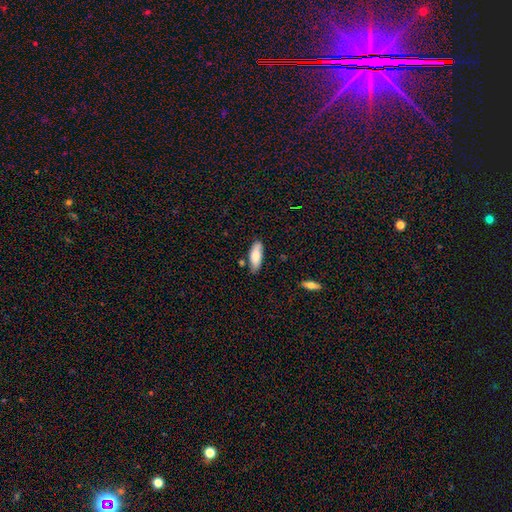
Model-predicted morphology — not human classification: Smooth or featured? smooth (78%)
How rounded? in between (71%)
Merging? none (76%)